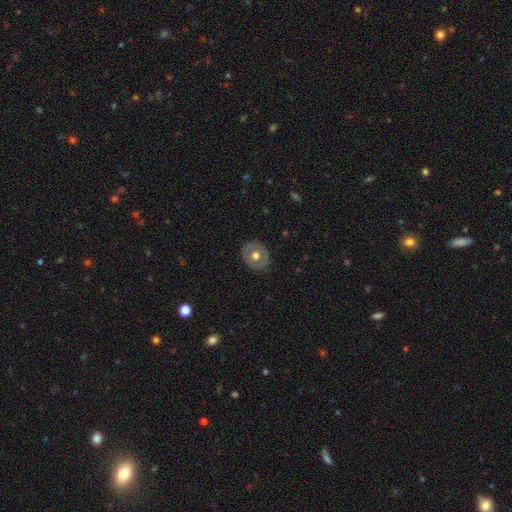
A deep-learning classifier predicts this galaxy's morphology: This appears to be a smooth galaxy with no disk features (53%) that is round (65%). Merging: none (86%).